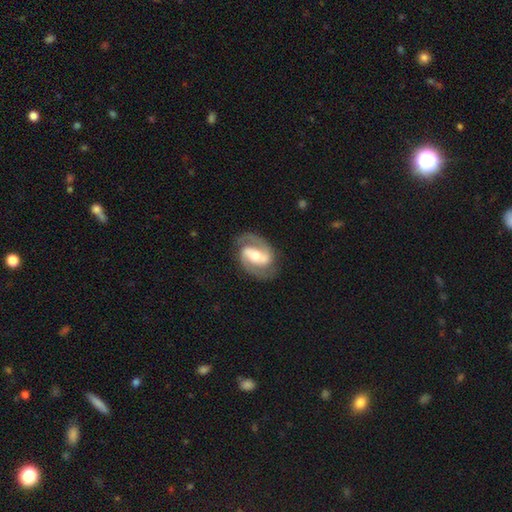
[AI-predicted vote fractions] featured or disk 87%, smooth 8%, star or artifact 4%. Down the decision tree: edge-on disk — no (97%); bar — strong (49%); spiral arms — yes (95%); spiral arm count — 2 (92%); spiral winding — medium (54%); bulge size — moderate (57%); merging — none (81%).